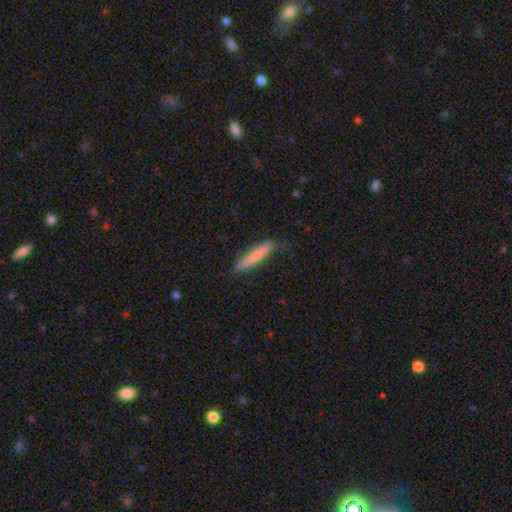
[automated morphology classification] This appears to be a smooth galaxy with no disk features (78%) that is cigar-shaped (90%). Merging: none (79%).